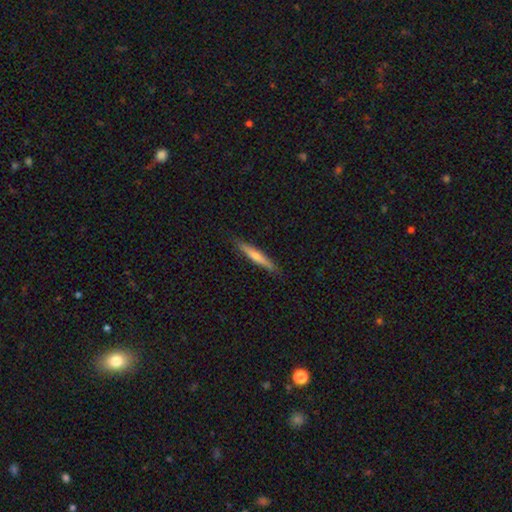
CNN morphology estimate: Smooth or featured? smooth (55%)
How rounded? cigar-shaped (94%)
Merging? none (87%)